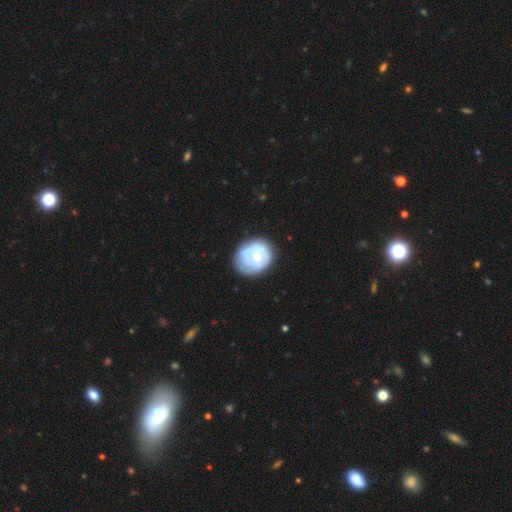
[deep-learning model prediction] smooth-or-featured: featured or disk: 53% | smooth: 42% | star or artifact: 5%
  disk-edge-on: no: 98% | yes: 2%
    bar: no: 78% | weak: 18% | strong: 3%
    has-spiral-arms: no: 51% | yes: 49%
    bulge-size: small: 52% | moderate: 41% | none: 3% | large: 2% | dominant: 1%
  merging: none: 64% | minor disturbance: 25% | major disturbance: 9% | merger: 2%